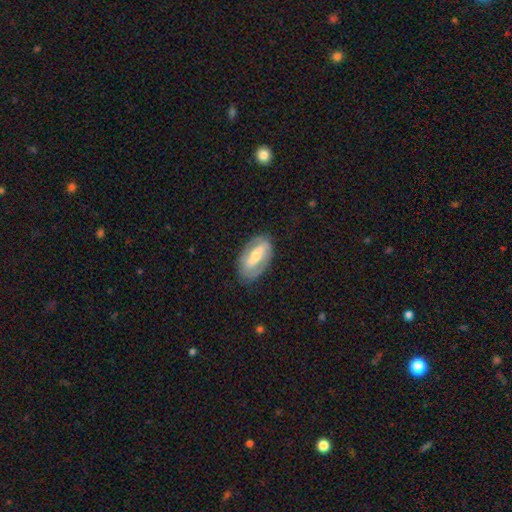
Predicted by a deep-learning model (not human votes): Q: Smooth or featured?
A: featured or disk (67%); runner-up: smooth (27%)
Q: Edge-on disk?
A: no (89%); runner-up: yes (11%)
Q: Bar?
A: strong (56%); runner-up: weak (29%)
Q: Spiral arms?
A: yes (62%); runner-up: no (38%)
Q: Bulge size?
A: moderate (64%); runner-up: small (26%)
Q: Merging?
A: none (81%); runner-up: minor disturbance (14%)